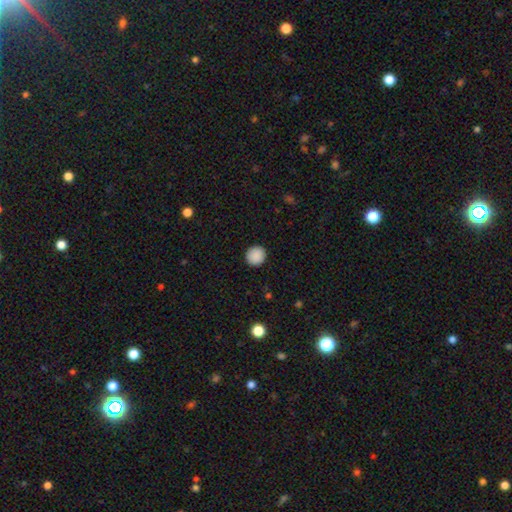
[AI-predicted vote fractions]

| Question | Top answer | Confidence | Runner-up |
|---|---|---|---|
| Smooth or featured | smooth | 90% | star or artifact (8%) |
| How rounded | round | 93% | in between (6%) |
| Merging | none | 92% | minor disturbance (5%) |